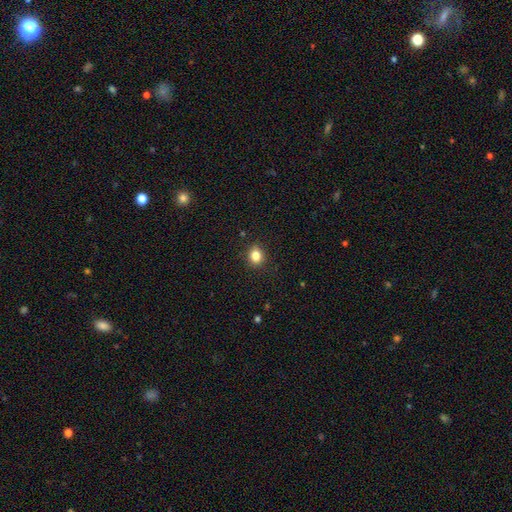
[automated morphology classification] This appears to be a smooth galaxy with no disk features (83%) that is round (63%). Merging: none (88%).